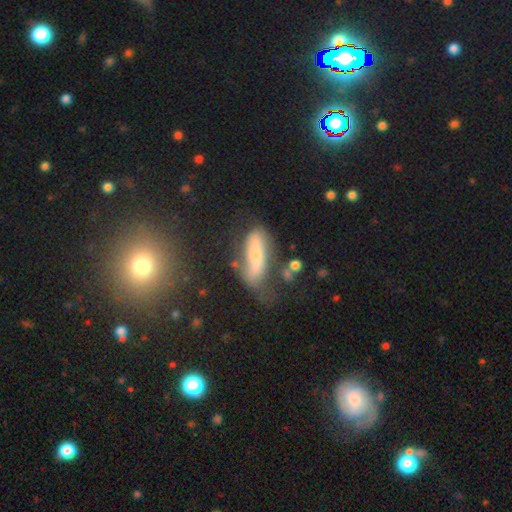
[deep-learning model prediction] Smooth or featured?
  - smooth: 52% *
  - featured or disk: 39%
  - star or artifact: 9%
How rounded?
  - in between: 59% *
  - cigar-shaped: 38%
  - round: 3%
Merging?
  - none: 42% *
  - minor disturbance: 29%
  - major disturbance: 21%
  - merger: 9%